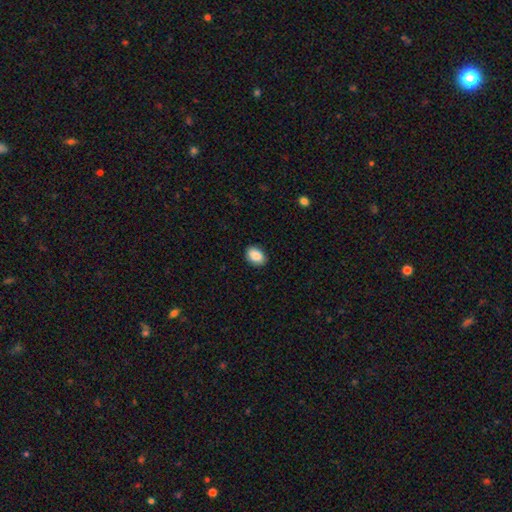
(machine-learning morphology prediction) Overall: smooth (87%). How rounded: in between (78%). Merging: none (87%).